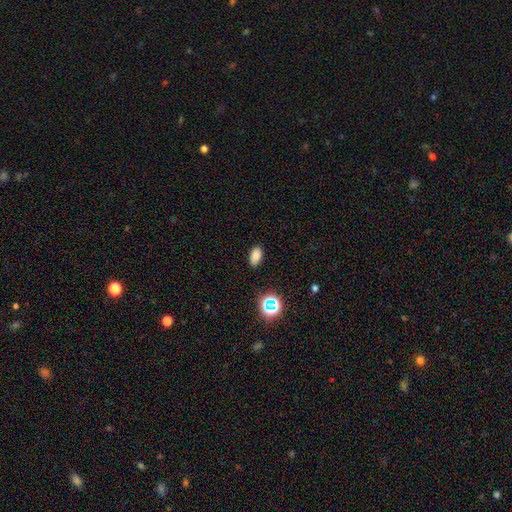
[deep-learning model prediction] Q: Smooth or featured?
A: smooth (81%); runner-up: star or artifact (14%)
Q: How rounded?
A: in between (91%); runner-up: round (6%)
Q: Merging?
A: none (87%); runner-up: minor disturbance (9%)